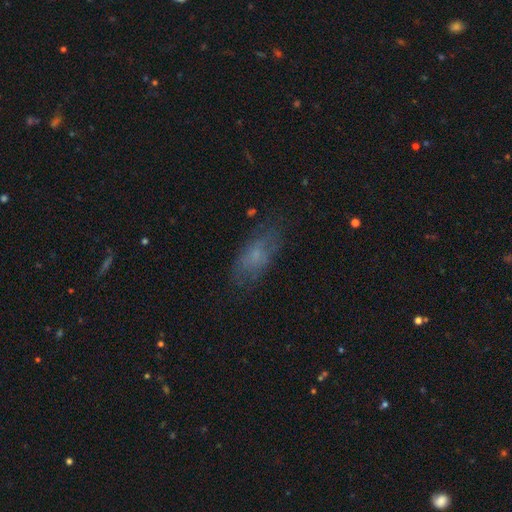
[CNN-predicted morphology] smooth 58%, featured or disk 30%, star or artifact 12%. Down the decision tree: how rounded — in between (79%); merging — none (69%).